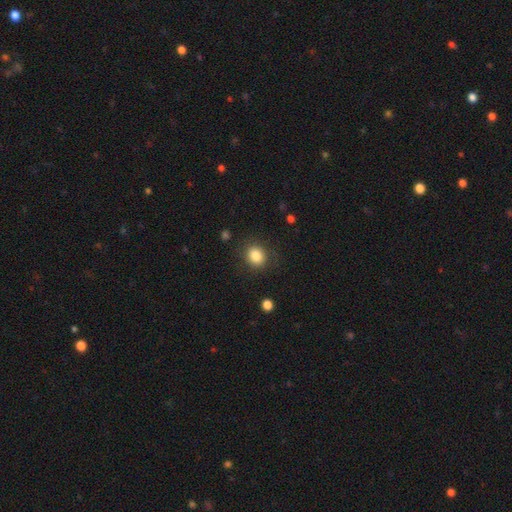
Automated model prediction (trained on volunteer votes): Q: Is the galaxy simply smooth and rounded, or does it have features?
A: smooth — 84%.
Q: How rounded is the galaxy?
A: round — 71%.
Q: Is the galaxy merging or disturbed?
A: none — 83%.